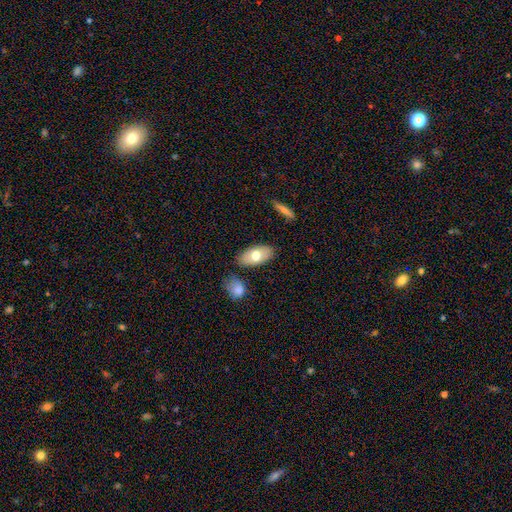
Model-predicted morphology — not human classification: smooth-or-featured: smooth: 70% | featured or disk: 24% | star or artifact: 6%
  how-rounded: in between: 93% | cigar-shaped: 4% | round: 3%
  merging: none: 81% | minor disturbance: 12% | merger: 5% | major disturbance: 3%